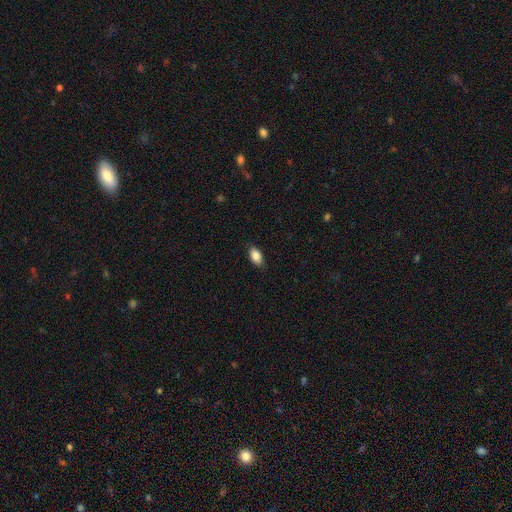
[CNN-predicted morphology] This appears to be a smooth galaxy with no disk features (86%) that is in between round and cigar-shaped (90%). Merging: none (86%).